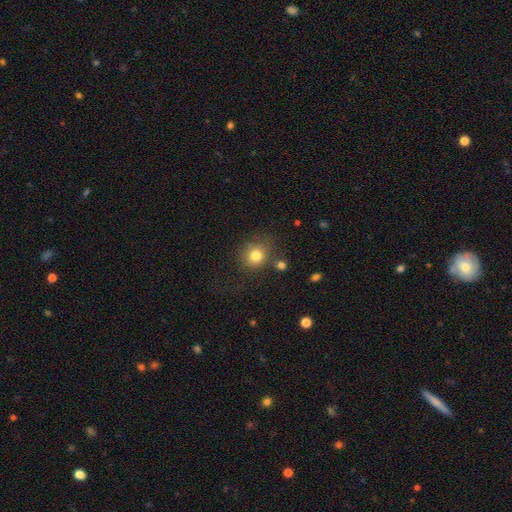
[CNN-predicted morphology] Q: Smooth or featured?
A: smooth (81%); runner-up: star or artifact (12%)
Q: How rounded?
A: round (84%); runner-up: in between (15%)
Q: Merging?
A: none (74%); runner-up: minor disturbance (13%)